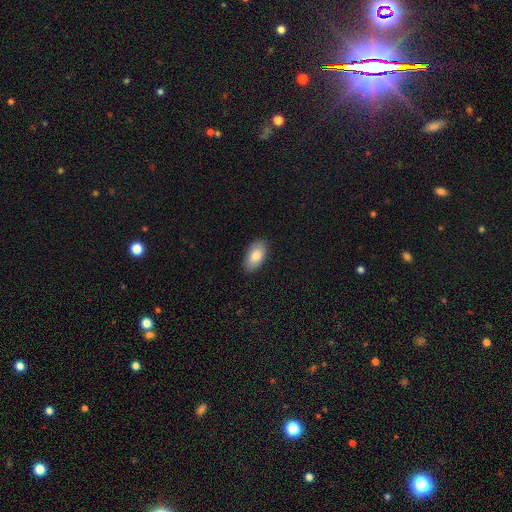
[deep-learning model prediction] smooth 84%, featured or disk 10%, star or artifact 6%. Down the decision tree: how rounded — in between (95%); merging — none (86%).